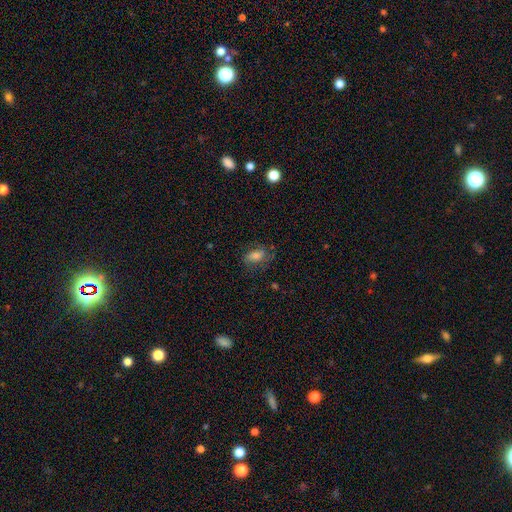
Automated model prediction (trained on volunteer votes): Smooth or featured: smooth — 64% (featured or disk — 23%)
How rounded: in between — 84% (round — 10%)
Merging: none — 68% (minor disturbance — 20%)